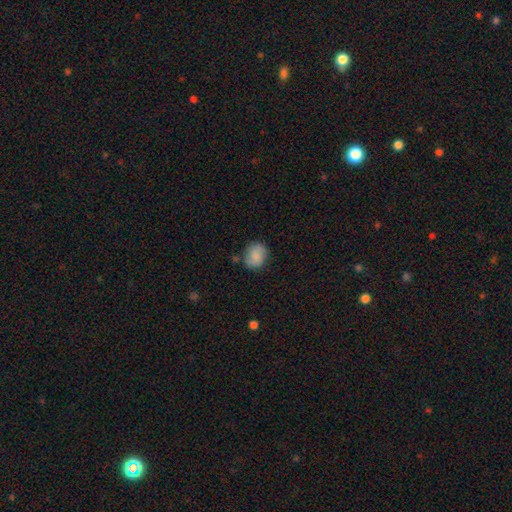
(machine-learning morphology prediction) The model was most divided on "how rounded": round: 64%, in between: 35%, cigar-shaped: 1%. More confident: smooth or featured — smooth (81%); merging — none (71%).